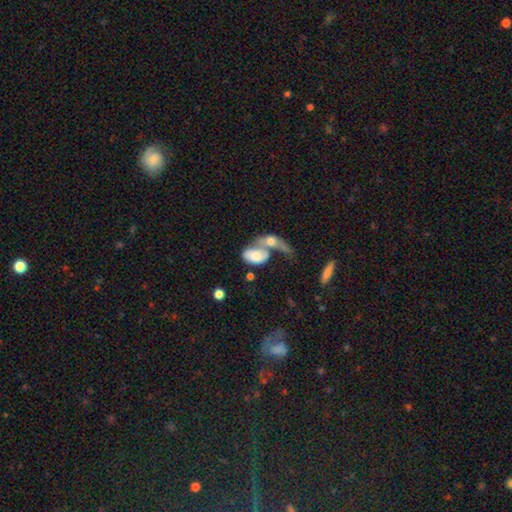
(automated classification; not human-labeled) Smooth or featured? Predicted: smooth (p=0.63). How rounded? Predicted: in between (p=0.87). Merging? Predicted: merger (p=0.72).